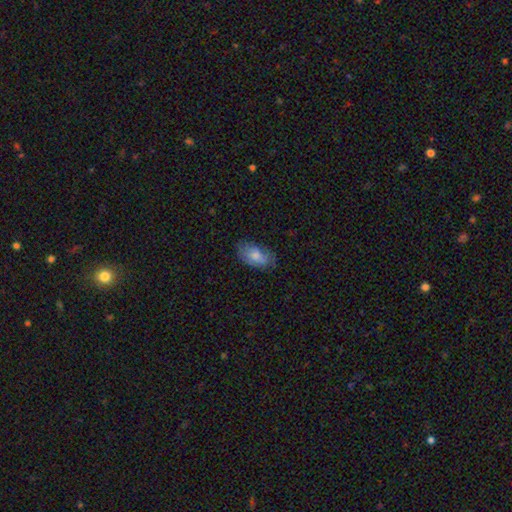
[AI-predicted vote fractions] Q: Smooth or featured?
A: smooth (74%); runner-up: featured or disk (19%)
Q: How rounded?
A: in between (93%); runner-up: round (4%)
Q: Merging?
A: none (69%); runner-up: minor disturbance (24%)